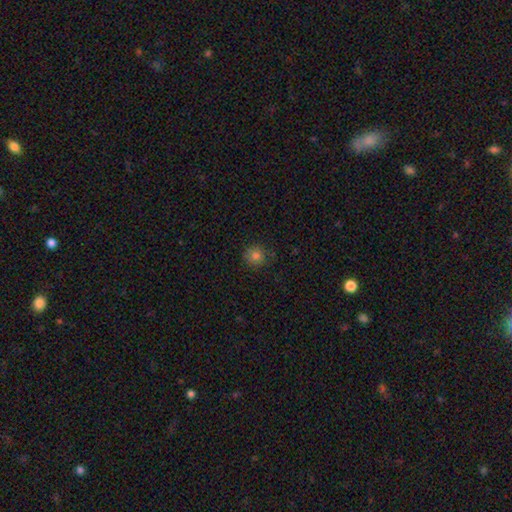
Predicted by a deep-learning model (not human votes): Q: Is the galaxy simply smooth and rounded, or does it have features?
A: smooth — 81%.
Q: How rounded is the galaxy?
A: round — 91%.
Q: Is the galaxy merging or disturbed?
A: none — 86%.